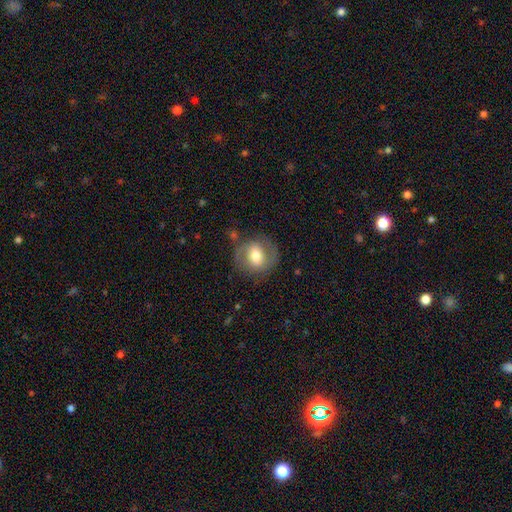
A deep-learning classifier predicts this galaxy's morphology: smooth-or-featured: featured or disk: 51% | smooth: 42% | star or artifact: 7%
  disk-edge-on: no: 96% | yes: 4%
  merging: none: 75% | minor disturbance: 15% | major disturbance: 8% | merger: 2%